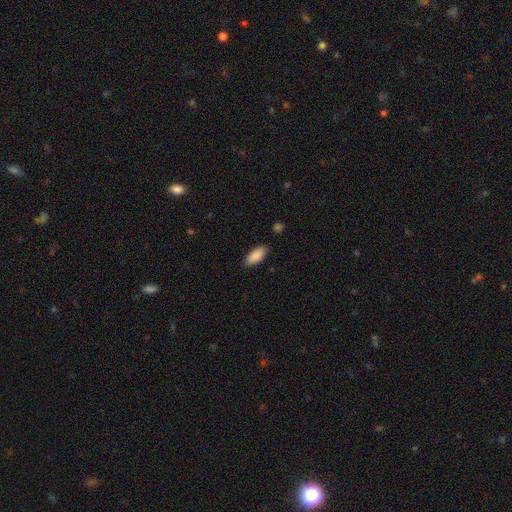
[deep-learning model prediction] Q: Smooth or featured?
A: smooth (90%); runner-up: star or artifact (6%)
Q: How rounded?
A: in between (85%); runner-up: cigar-shaped (13%)
Q: Merging?
A: none (85%); runner-up: minor disturbance (11%)